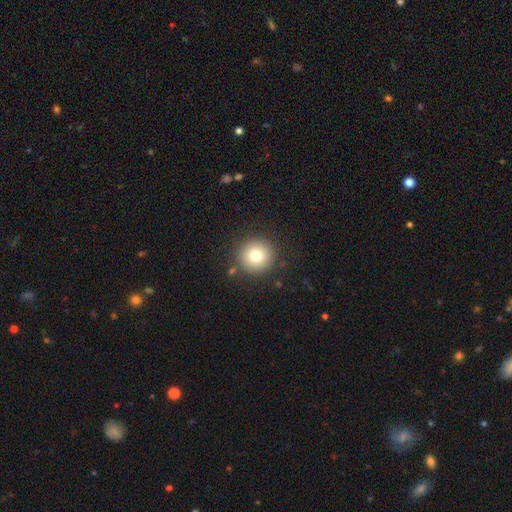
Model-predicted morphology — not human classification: This is likely a smooth galaxy (78%). How rounded: clearly round (94%). Merging: clearly none (87%).